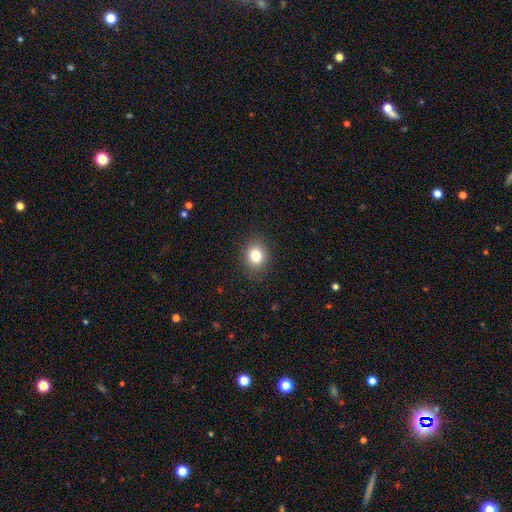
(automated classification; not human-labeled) Smooth or featured? smooth (81%)
How rounded? round (67%)
Merging? none (89%)